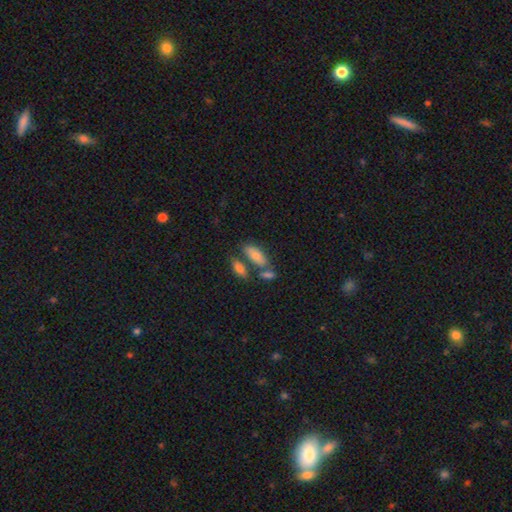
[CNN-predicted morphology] Overall: smooth (76%). How rounded: in between (81%). Merging: none (47%; merger 33%).